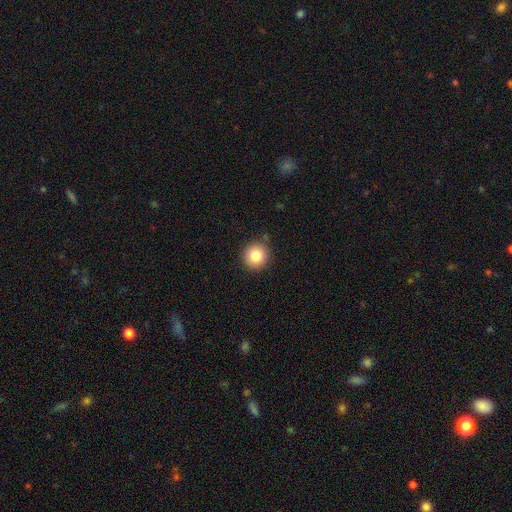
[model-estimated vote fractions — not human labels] Q: Smooth or featured?
A: smooth (83%); runner-up: star or artifact (10%)
Q: How rounded?
A: round (93%); runner-up: in between (6%)
Q: Merging?
A: none (87%); runner-up: minor disturbance (9%)